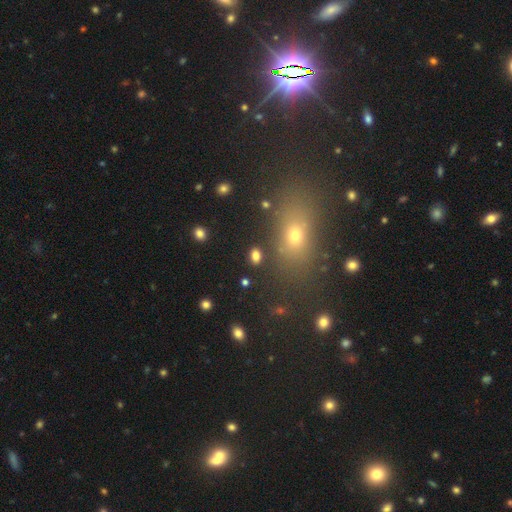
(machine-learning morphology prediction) Q: Smooth or featured?
A: smooth (78%); runner-up: star or artifact (14%)
Q: How rounded?
A: in between (80%); runner-up: round (18%)
Q: Merging?
A: none (83%); runner-up: minor disturbance (8%)